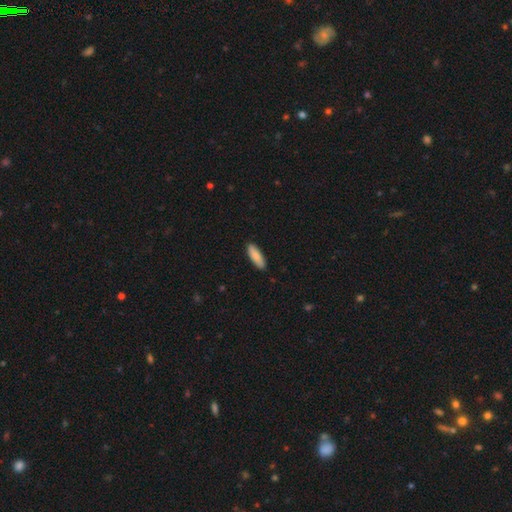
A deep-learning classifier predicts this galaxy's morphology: smooth 86%, featured or disk 9%, star or artifact 6%. Down the decision tree: how rounded — cigar-shaped (50%); merging — none (90%).